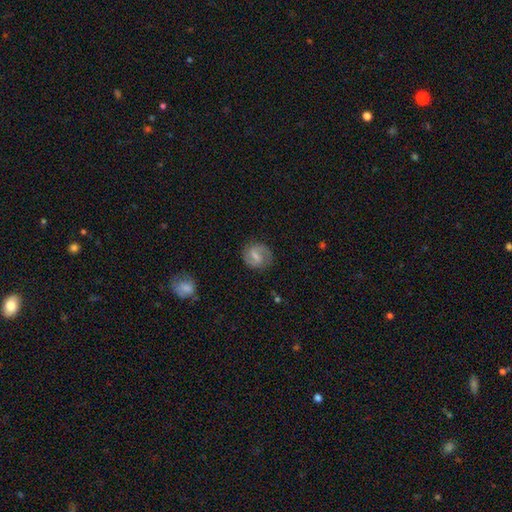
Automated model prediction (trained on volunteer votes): The model was most divided on "bulge size": small: 42%, moderate: 30%, none: 24%, large: 3%, dominant: 1%. Remaining: edge-on disk — no (97%); spiral arms — yes (89%); spiral arm count — 2 (86%); merging — none (81%); smooth or featured — featured or disk (65%); bar — weak (53%); spiral winding — medium (50%).